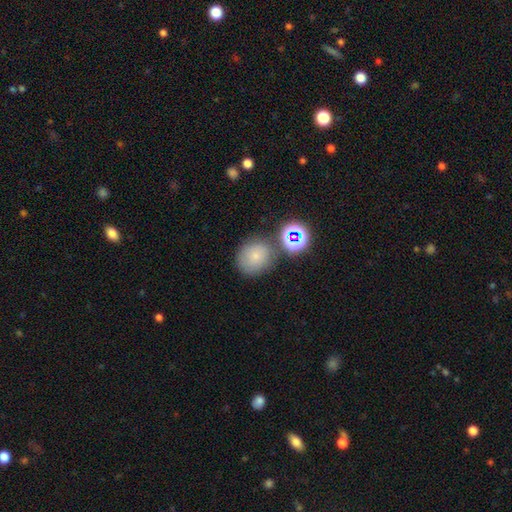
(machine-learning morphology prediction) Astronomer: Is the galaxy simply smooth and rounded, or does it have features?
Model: smooth — 69%.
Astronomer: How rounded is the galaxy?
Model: round — 79%.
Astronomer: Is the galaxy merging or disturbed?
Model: none — 70%.